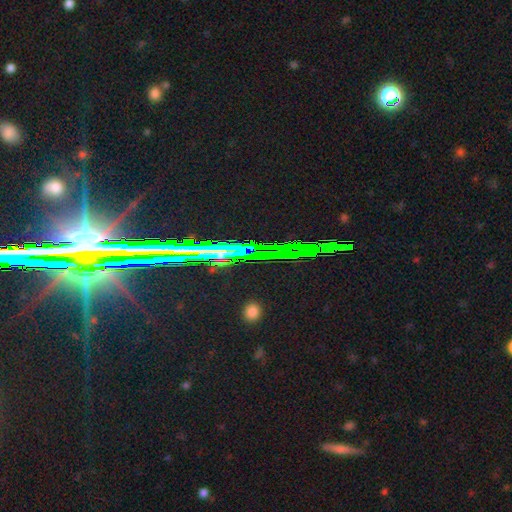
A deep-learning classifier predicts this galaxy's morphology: Overall: star or artifact (76%).